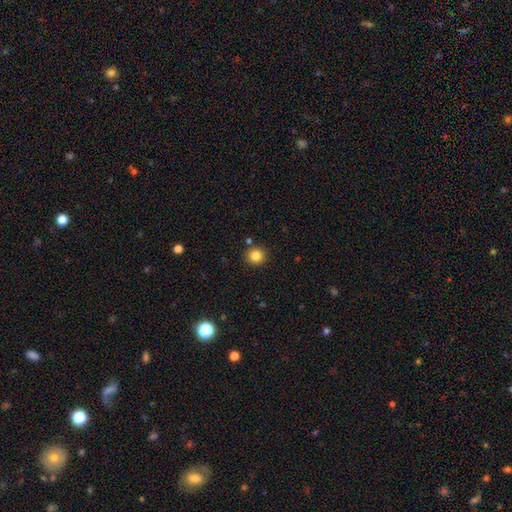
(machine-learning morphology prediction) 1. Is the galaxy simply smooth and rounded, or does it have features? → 83% smooth, 12% star or artifact, 5% featured or disk.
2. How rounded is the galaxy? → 92% round, 7% in between, 1% cigar-shaped.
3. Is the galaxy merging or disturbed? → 89% none, 6% minor disturbance, 3% merger, 2% major disturbance.